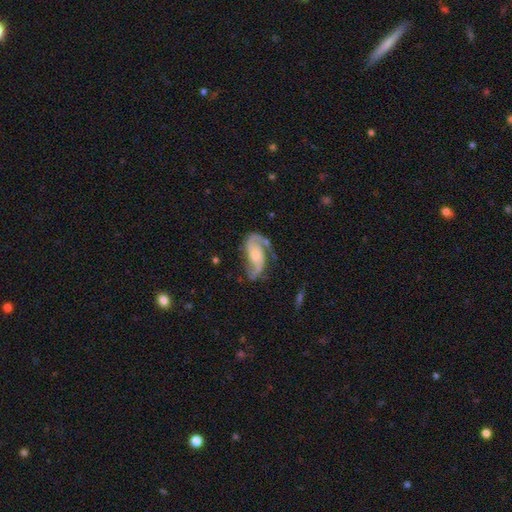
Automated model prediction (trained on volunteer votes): This appears to be a featured or disk galaxy (88%) with no bar (57%), 2 (91%) medium (50%) spiral arms (97%) and a small central bulge (42%). Merging: none (65%).